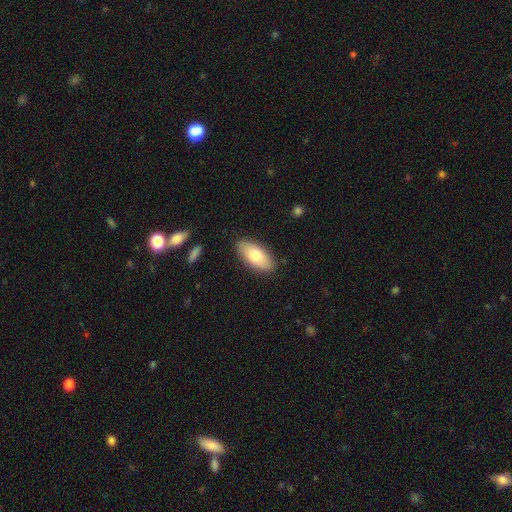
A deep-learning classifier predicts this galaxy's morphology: Smooth or featured?
  - smooth: 74% *
  - featured or disk: 20%
  - star or artifact: 6%
How rounded?
  - in between: 90% *
  - cigar-shaped: 8%
  - round: 3%
Merging?
  - none: 87% *
  - minor disturbance: 10%
  - major disturbance: 2%
  - merger: 1%